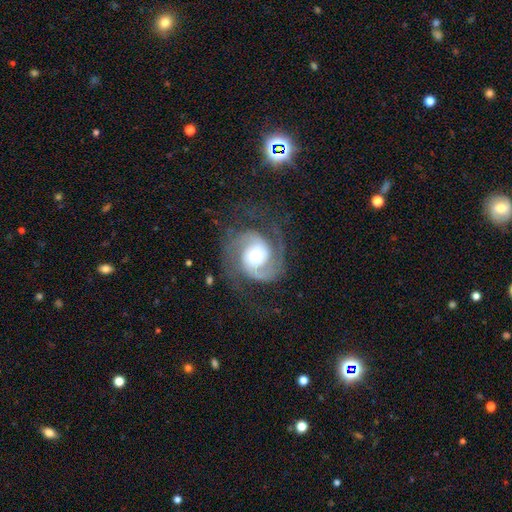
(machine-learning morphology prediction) Smooth or featured? featured or disk (88%)
Edge-on disk? no (98%)
Bar? no (59%)
Spiral arms? yes (98%)
Spiral winding? medium (49%)
Spiral arm count? 2 (84%)
Bulge size? moderate (39%)
Merging? none (68%)